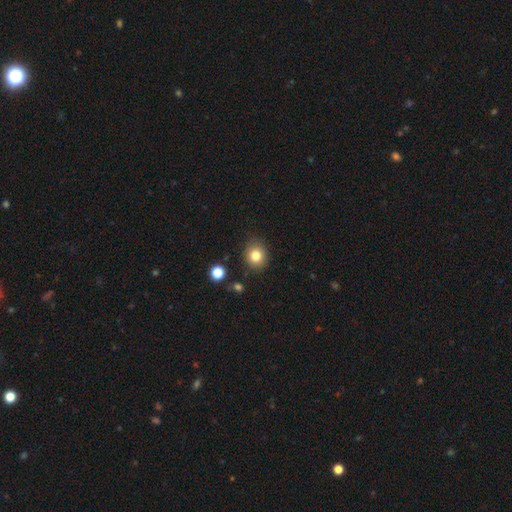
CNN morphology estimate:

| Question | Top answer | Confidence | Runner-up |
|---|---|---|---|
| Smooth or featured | smooth | 81% | star or artifact (11%) |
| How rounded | round | 77% | in between (23%) |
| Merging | none | 85% | minor disturbance (10%) |